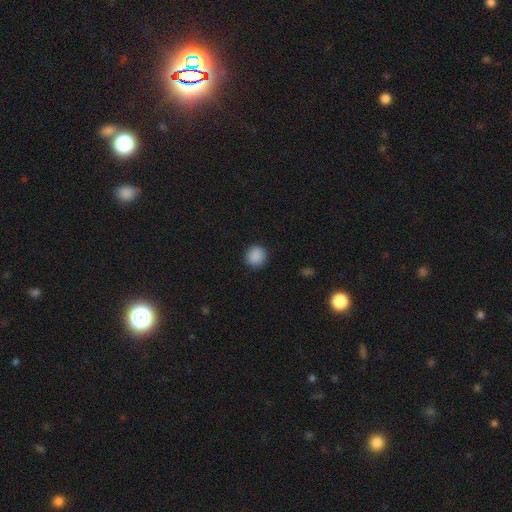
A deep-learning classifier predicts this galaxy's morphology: Smooth or featured: smooth — 89% (star or artifact — 9%)
How rounded: round — 90% (in between — 9%)
Merging: none — 90% (minor disturbance — 7%)